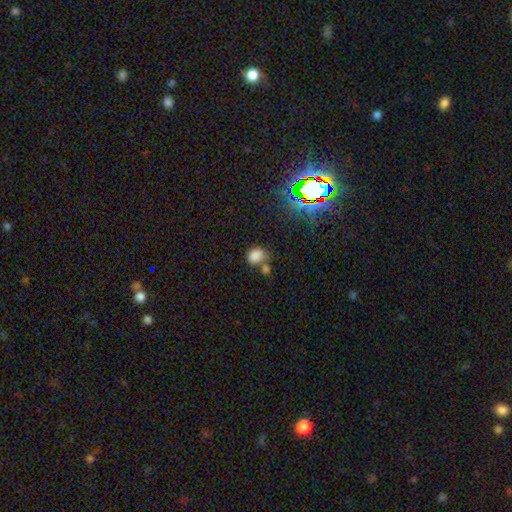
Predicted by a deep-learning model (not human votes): A smooth galaxy with no disk features (81%) that is round (54%).

Vote fractions:
- Smooth or featured? smooth: 81% / star or artifact: 14% / featured or disk: 6%
- How rounded? round: 54% / in between: 45% / cigar-shaped: 1%
- Merging? none: 51% / merger: 27% / minor disturbance: 16% / major disturbance: 6%